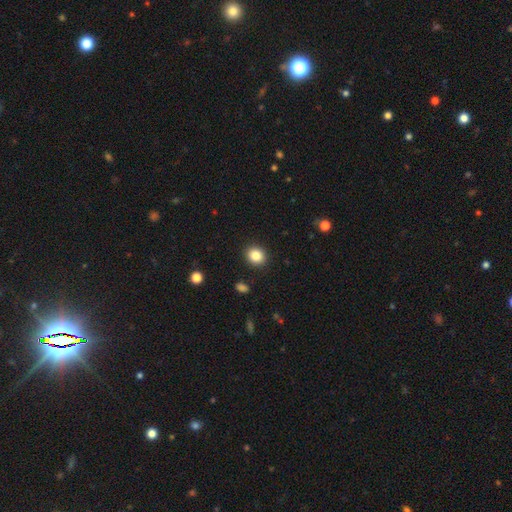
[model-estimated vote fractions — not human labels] smooth-or-featured: smooth: 84% | star or artifact: 10% | featured or disk: 5%
  how-rounded: round: 76% | in between: 23% | cigar-shaped: 1%
  merging: none: 91% | minor disturbance: 6% | major disturbance: 2% | merger: 1%